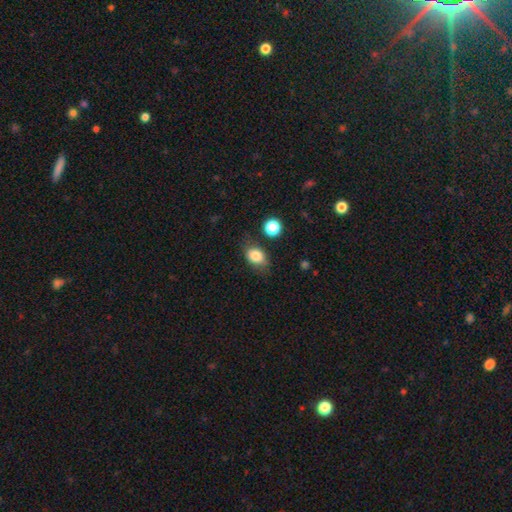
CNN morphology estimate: smooth-or-featured: smooth: 83% | star or artifact: 9% | featured or disk: 9%
  how-rounded: in between: 73% | round: 25% | cigar-shaped: 2%
  merging: none: 68% | minor disturbance: 21% | major disturbance: 7% | merger: 4%